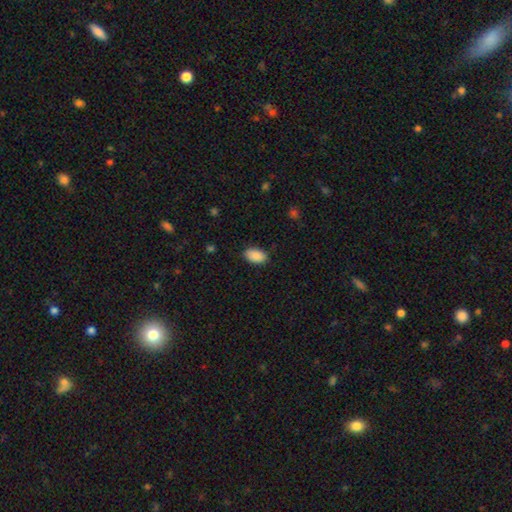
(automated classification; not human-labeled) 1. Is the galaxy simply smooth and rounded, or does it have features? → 90% smooth, 7% star or artifact, 3% featured or disk.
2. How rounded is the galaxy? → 93% in between, 6% round, 1% cigar-shaped.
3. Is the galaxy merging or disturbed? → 86% none, 11% minor disturbance, 3% major disturbance, 1% merger.